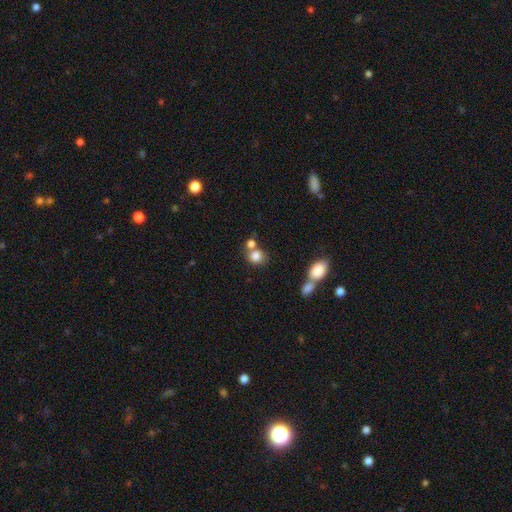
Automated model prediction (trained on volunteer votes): Smooth or featured? smooth (81%)
How rounded? round (71%)
Merging? none (47%)